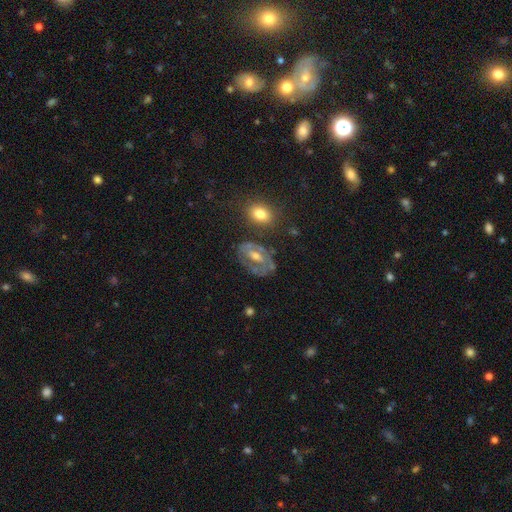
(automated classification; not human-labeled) featured or disk 66%, smooth 24%, star or artifact 10%. Down the decision tree: edge-on disk — no (94%); bar — no (47%); spiral arms — no (50%, tied with yes); bulge size — moderate (58%); merging — none (62%).